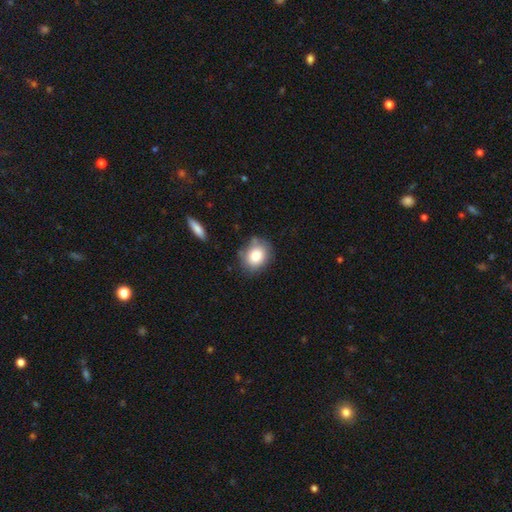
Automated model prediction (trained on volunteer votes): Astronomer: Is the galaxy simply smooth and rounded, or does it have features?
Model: smooth — 82%.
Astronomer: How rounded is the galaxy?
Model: round — 60% (runner-up: in between, 39%).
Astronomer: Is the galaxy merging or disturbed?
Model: none — 73%.